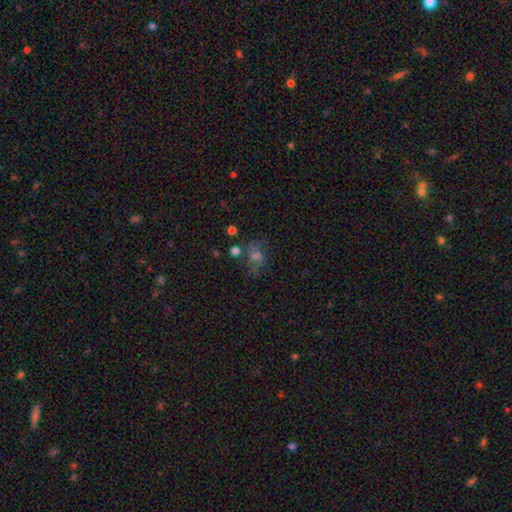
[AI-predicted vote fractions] Smooth or featured? Predicted: smooth (p=0.36). Merging? Predicted: none (p=0.60).